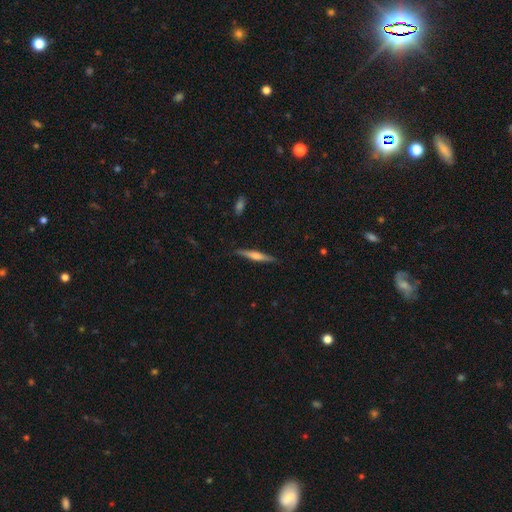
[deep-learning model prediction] The model was most divided on "smooth or featured": featured or disk: 60%, smooth: 34%, star or artifact: 6%. More confident: edge-on disk — yes (97%); merging — none (88%); edge-on bulge — rounded (74%).